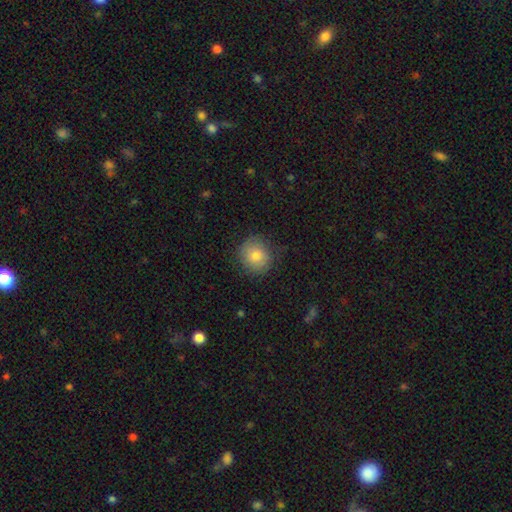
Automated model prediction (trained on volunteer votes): Morphology: type=smooth (79%); roundness=round (86%); merging=none (80%).